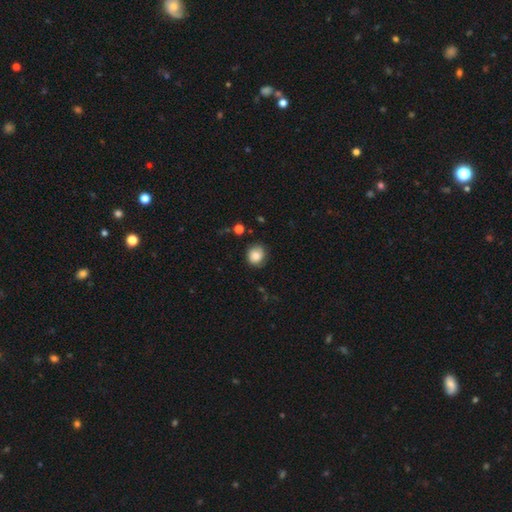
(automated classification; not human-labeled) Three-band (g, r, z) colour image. It shows a smooth galaxy with no disk features (84%) that is round (75%). Merging: none (78%).